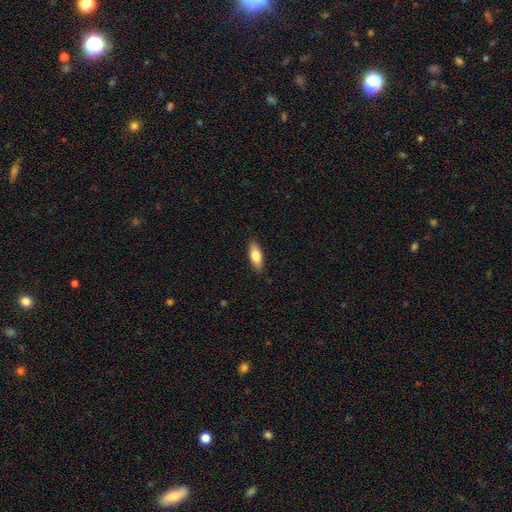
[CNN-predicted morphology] Smooth or featured?
  - smooth: 78% *
  - featured or disk: 16%
  - star or artifact: 6%
How rounded?
  - in between: 76% *
  - cigar-shaped: 21%
  - round: 2%
Merging?
  - none: 88% *
  - minor disturbance: 9%
  - major disturbance: 2%
  - merger: 1%